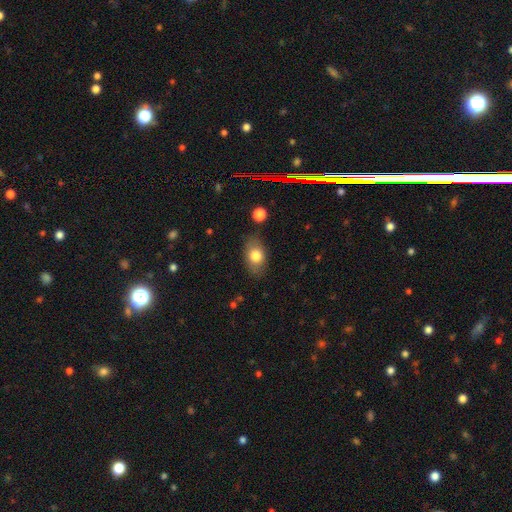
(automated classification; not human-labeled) Smooth or featured? Predicted: smooth (p=0.77). How rounded? Predicted: in between (p=0.82). Merging? Predicted: none (p=0.80).